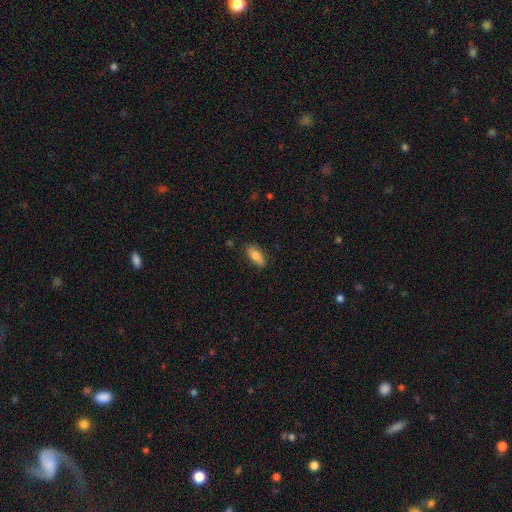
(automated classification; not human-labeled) This is likely a smooth galaxy (76%). How rounded: likely in between (77%). Merging: clearly none (81%).